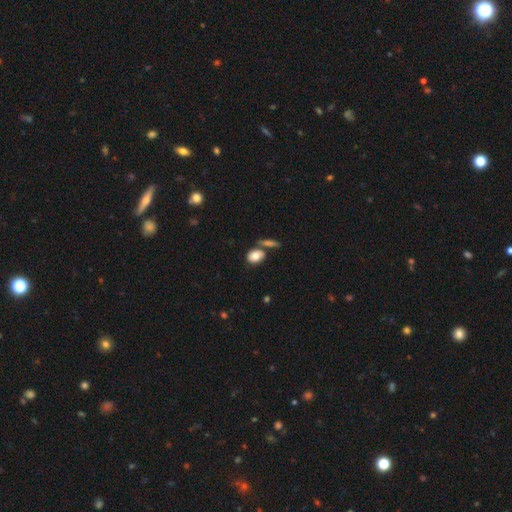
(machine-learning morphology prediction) type=smooth (80%); roundness=in between (66%); merging=none (58%).